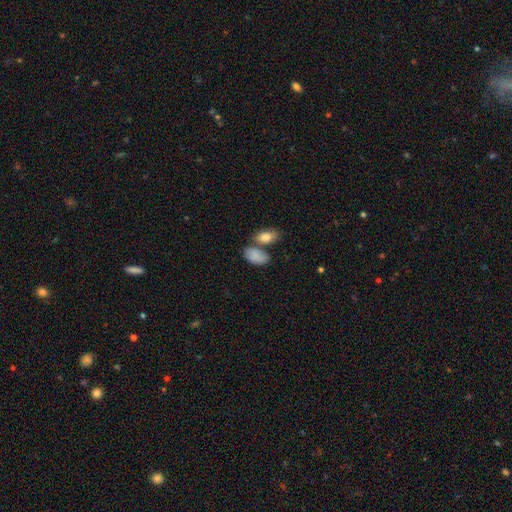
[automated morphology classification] Smooth or featured?
  - smooth: 84% *
  - featured or disk: 9%
  - star or artifact: 7%
How rounded?
  - in between: 92% *
  - round: 6%
  - cigar-shaped: 2%
Merging?
  - none: 43% *
  - merger: 34%
  - minor disturbance: 17%
  - major disturbance: 6%